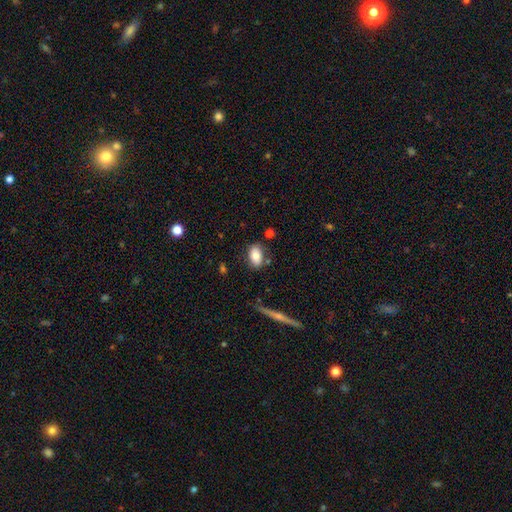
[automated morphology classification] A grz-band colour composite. It shows a smooth galaxy with no disk features (79%) that is in between round and cigar-shaped (88%). Merging: none (77%).